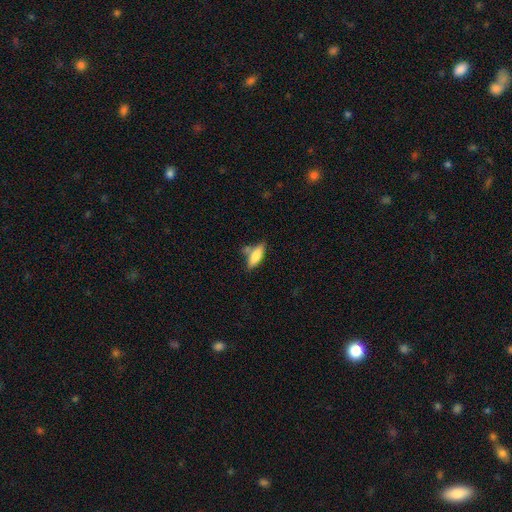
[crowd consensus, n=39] smooth_or_featured: smooth (p=0.77) [alt: featured or disk p=0.15]
how_rounded: in between (p=0.70) [alt: cigar-shaped p=0.30]
merging: none (p=0.47) [alt: minor disturbance p=0.28]